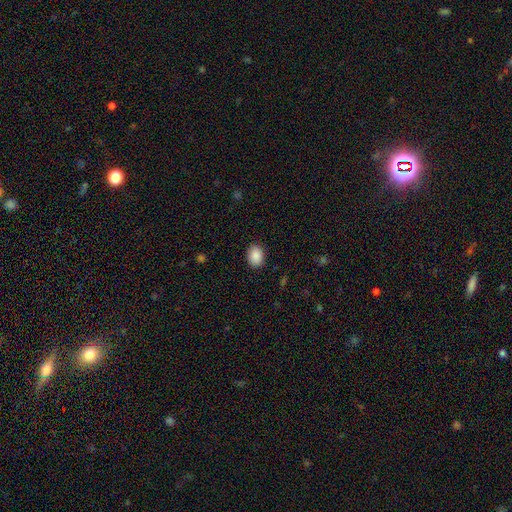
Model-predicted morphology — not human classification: Overall: smooth (89%). How rounded: in between (71%). Merging: none (89%).